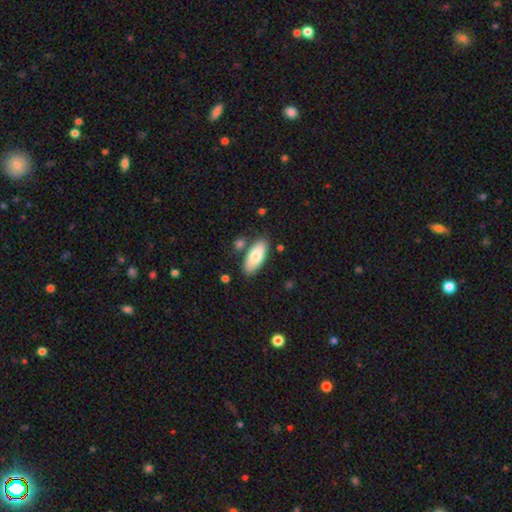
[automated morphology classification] Q: Smooth or featured?
A: smooth (79%); runner-up: featured or disk (15%)
Q: How rounded?
A: in between (85%); runner-up: cigar-shaped (13%)
Q: Merging?
A: none (78%); runner-up: minor disturbance (12%)